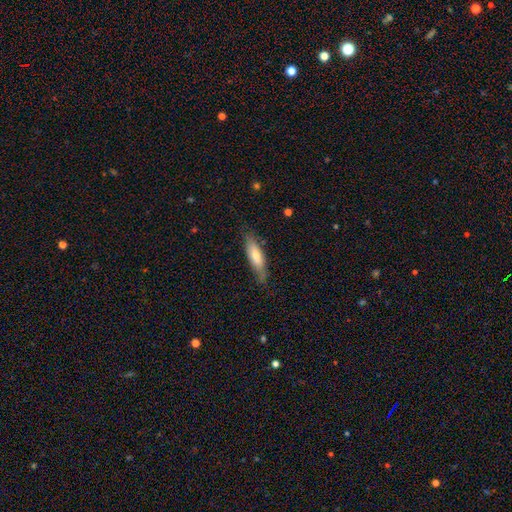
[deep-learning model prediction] Overall: smooth (57%; featured or disk 36%). How rounded: cigar-shaped (66%; in between 32%). Merging: none (77%).